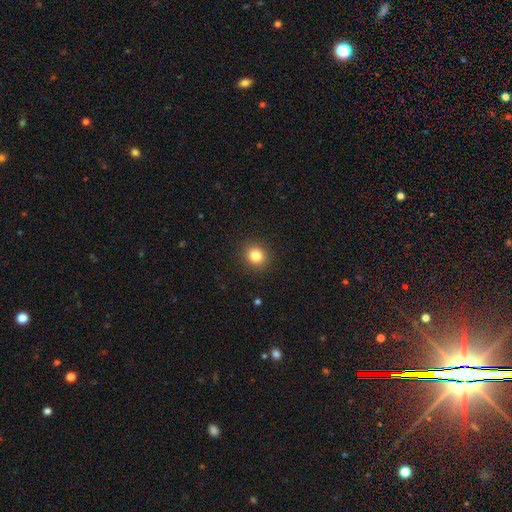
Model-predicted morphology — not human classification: Smooth or featured? smooth (83%)
How rounded? round (80%)
Merging? none (91%)